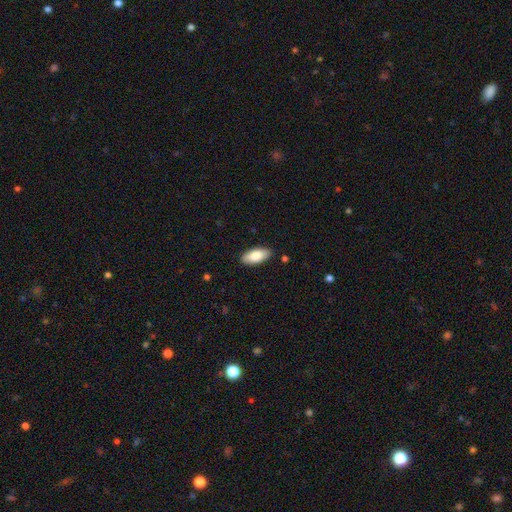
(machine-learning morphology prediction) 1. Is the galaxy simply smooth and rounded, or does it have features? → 81% smooth, 14% featured or disk, 6% star or artifact.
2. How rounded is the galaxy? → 88% in between, 10% cigar-shaped, 2% round.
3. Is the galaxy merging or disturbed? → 88% none, 9% minor disturbance, 2% major disturbance, 1% merger.